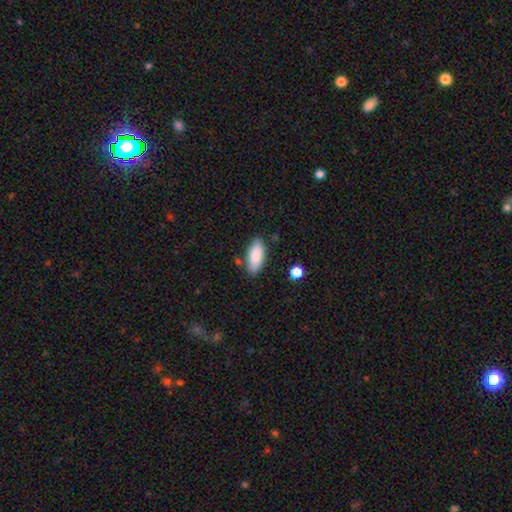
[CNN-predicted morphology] smooth-or-featured: smooth: 85% | featured or disk: 9% | star or artifact: 6%
  how-rounded: in between: 85% | cigar-shaped: 13% | round: 2%
  merging: none: 82% | minor disturbance: 12% | merger: 4% | major disturbance: 3%